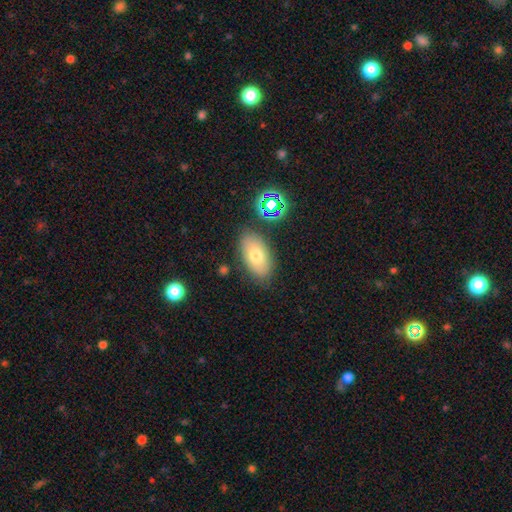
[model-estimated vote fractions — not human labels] The model was most divided on "smooth or featured": smooth: 71%, featured or disk: 18%, star or artifact: 11%. More confident: how rounded — in between (92%); merging — none (82%).